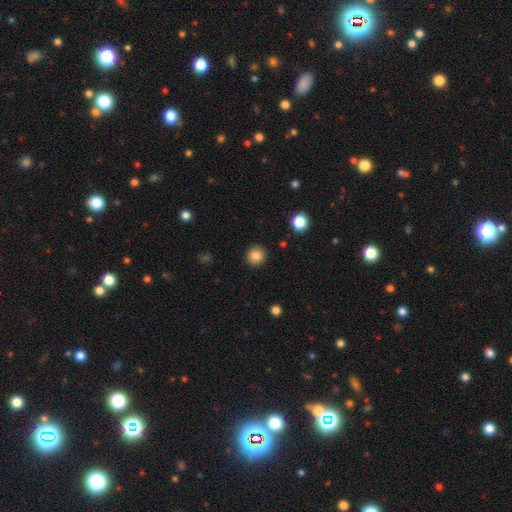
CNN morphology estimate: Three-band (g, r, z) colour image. It shows a smooth galaxy with no disk features (85%) that is round (92%). Merging: none (92%).